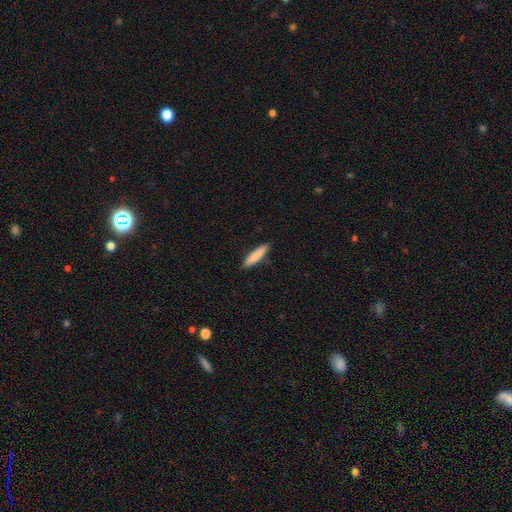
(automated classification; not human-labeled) A smooth galaxy with no disk features (85%) that is cigar-shaped (84%).

Vote fractions:
- Smooth or featured? smooth: 85% / featured or disk: 10% / star or artifact: 6%
- How rounded? cigar-shaped: 84% / in between: 15% / round: 1%
- Merging? none: 89% / minor disturbance: 8% / major disturbance: 2% / merger: 1%